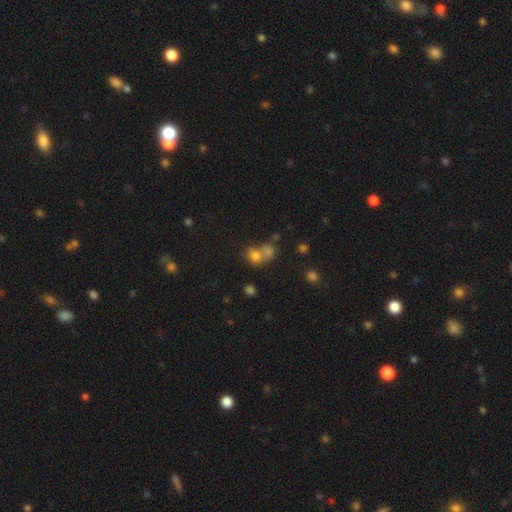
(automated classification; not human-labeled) The model was most divided on "merging": merger: 55%, none: 33%, minor disturbance: 8%, major disturbance: 5%. More confident: smooth or featured — smooth (75%); how rounded — round (65%).